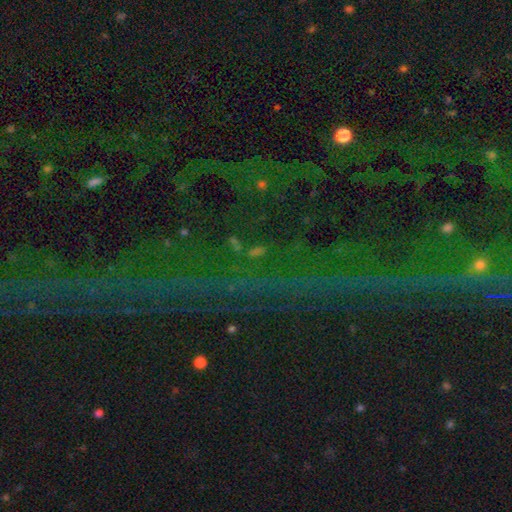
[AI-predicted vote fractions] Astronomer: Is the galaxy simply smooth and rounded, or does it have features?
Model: star or artifact — 77%.